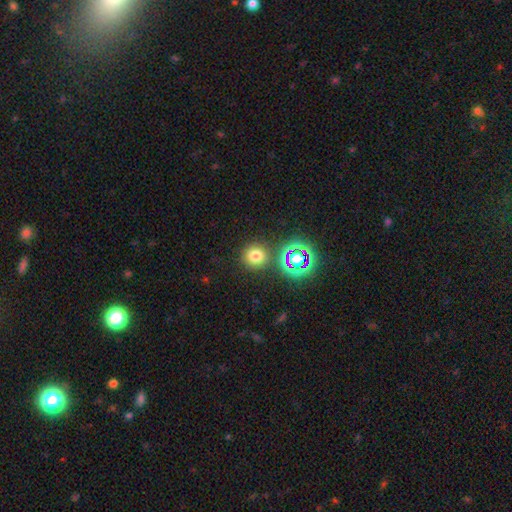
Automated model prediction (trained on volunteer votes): Smooth or featured? Predicted: smooth (p=0.70). How rounded? Predicted: round (p=0.89). Merging? Predicted: none (p=0.84).